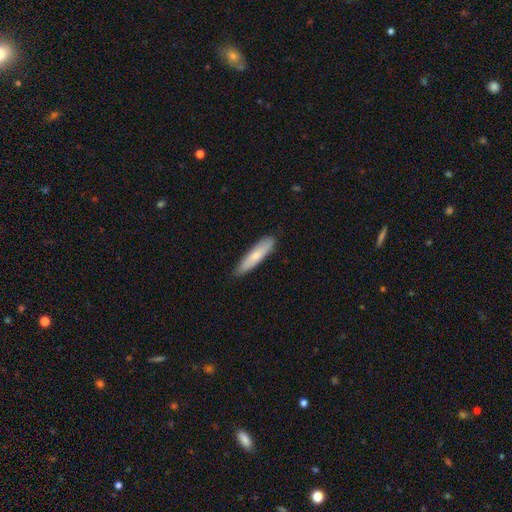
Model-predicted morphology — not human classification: smooth 70%, featured or disk 25%, star or artifact 6%. Down the decision tree: how rounded — cigar-shaped (83%); merging — none (86%).